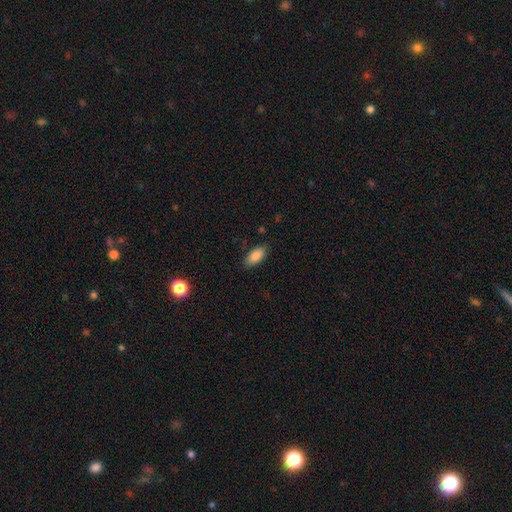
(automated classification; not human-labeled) This is clearly a smooth galaxy (87%). How rounded: clearly in between (90%). Merging: clearly none (84%).